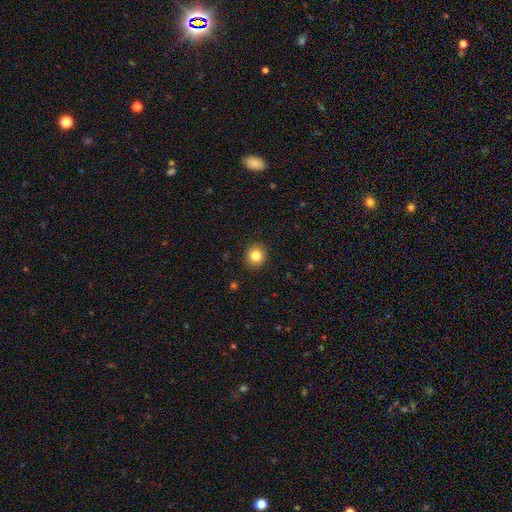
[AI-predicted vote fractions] Smooth or featured?
  - smooth: 83% *
  - star or artifact: 10%
  - featured or disk: 7%
How rounded?
  - round: 87% *
  - in between: 12%
  - cigar-shaped: 1%
Merging?
  - none: 91% *
  - minor disturbance: 6%
  - major disturbance: 2%
  - merger: 1%